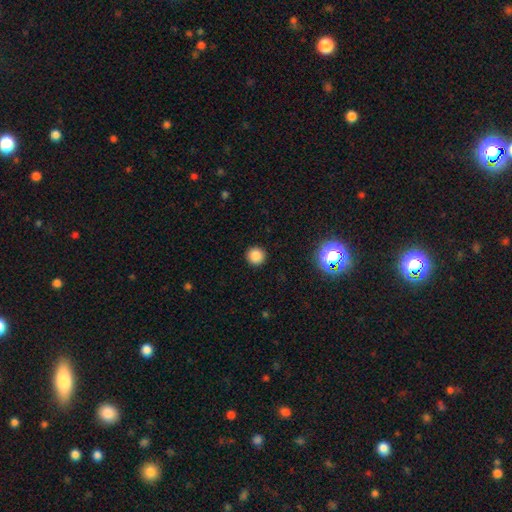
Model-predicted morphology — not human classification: A smooth galaxy with no disk features (85%) that is round (95%). Merging: none (92%).